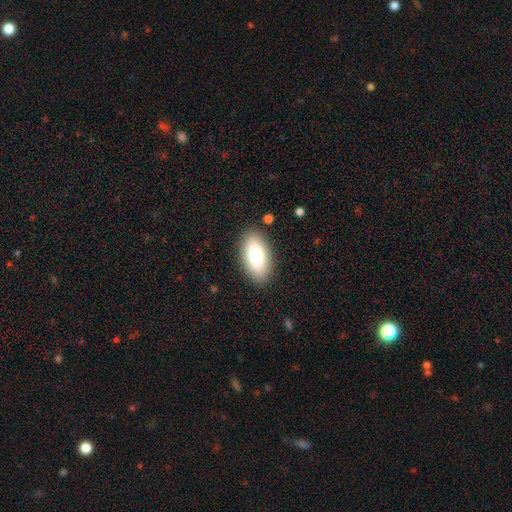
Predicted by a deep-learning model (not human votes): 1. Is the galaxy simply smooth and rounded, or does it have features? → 82% smooth, 11% featured or disk, 7% star or artifact.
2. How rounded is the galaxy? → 92% in between, 6% cigar-shaped, 3% round.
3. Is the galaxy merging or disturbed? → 87% none, 9% minor disturbance, 3% major disturbance, 1% merger.